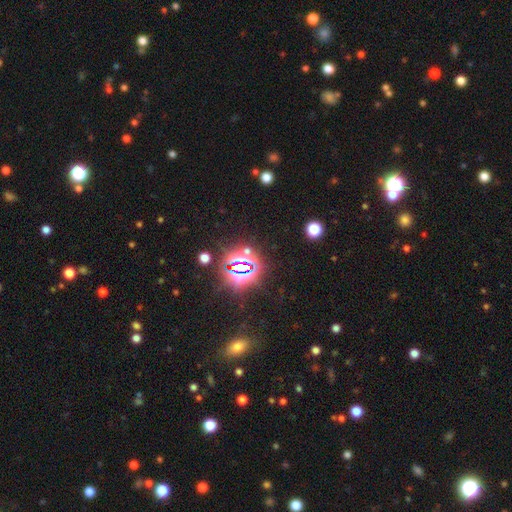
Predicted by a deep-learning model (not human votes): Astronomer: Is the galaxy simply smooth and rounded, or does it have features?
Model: star or artifact — 79%.